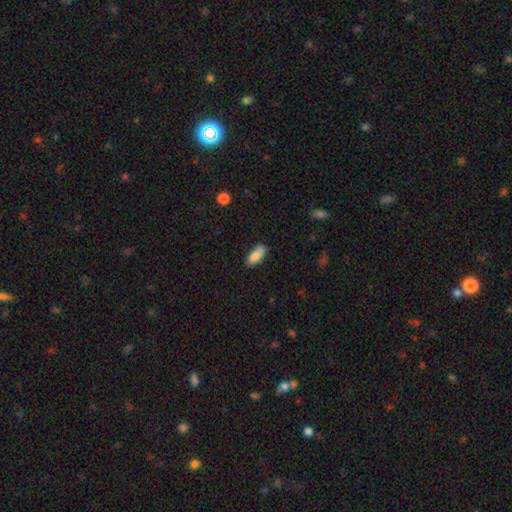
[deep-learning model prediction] Q: Smooth or featured?
A: smooth (85%); runner-up: featured or disk (8%)
Q: How rounded?
A: in between (81%); runner-up: cigar-shaped (17%)
Q: Merging?
A: none (79%); runner-up: minor disturbance (17%)